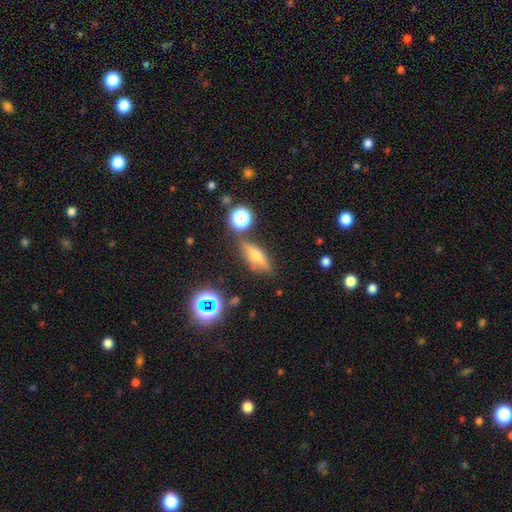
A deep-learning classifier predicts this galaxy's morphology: The model was most divided on "smooth or featured": featured or disk: 44%, smooth: 40%, star or artifact: 16%. More confident: merging — none (80%).